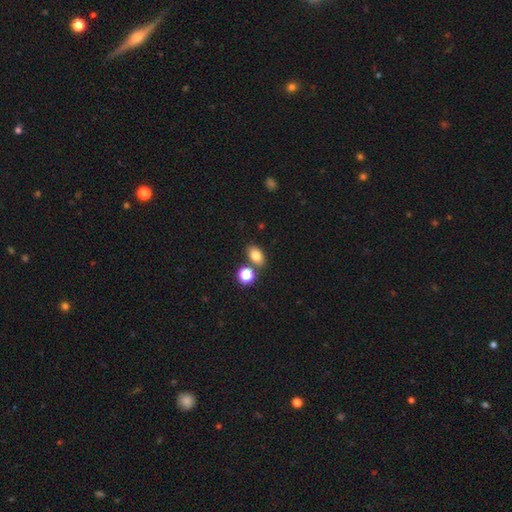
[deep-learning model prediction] Smooth or featured? smooth (80%)
How rounded? in between (80%)
Merging? none (74%)